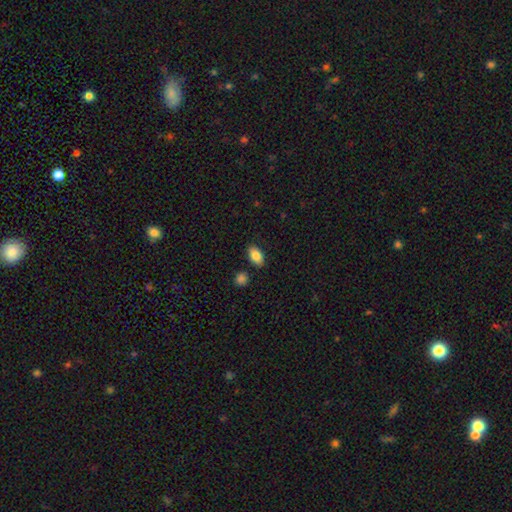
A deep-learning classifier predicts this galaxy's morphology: This appears to be a smooth galaxy with no disk features (85%) that is in between round and cigar-shaped (91%). Merging: none (84%).